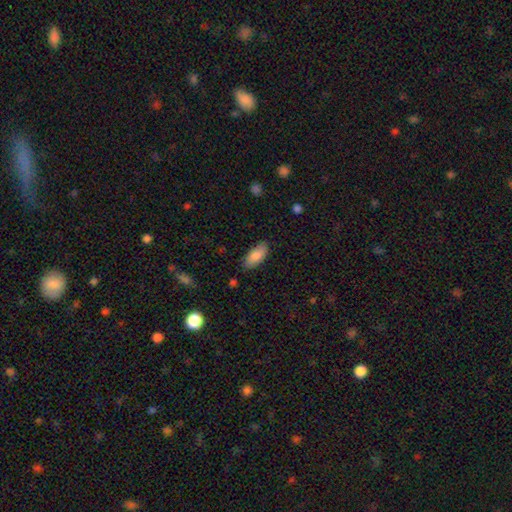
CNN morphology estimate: This appears to be a smooth galaxy with no disk features (84%) that is in between round and cigar-shaped (87%). Merging: none (83%).